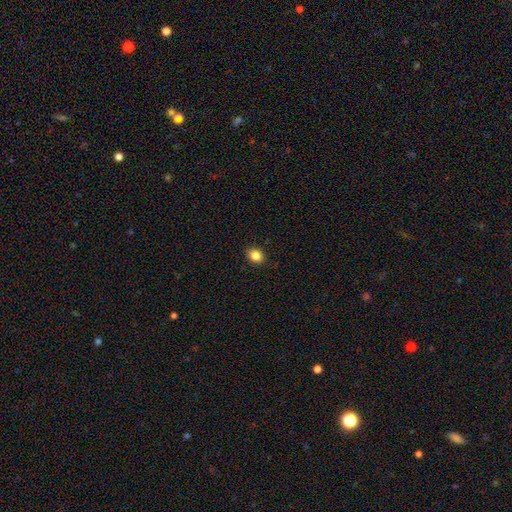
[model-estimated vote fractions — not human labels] smooth_or_featured: smooth (p=0.85) [alt: star or artifact p=0.10]
how_rounded: in between (p=0.57) [alt: round p=0.42]
merging: none (p=0.90) [alt: minor disturbance p=0.07]